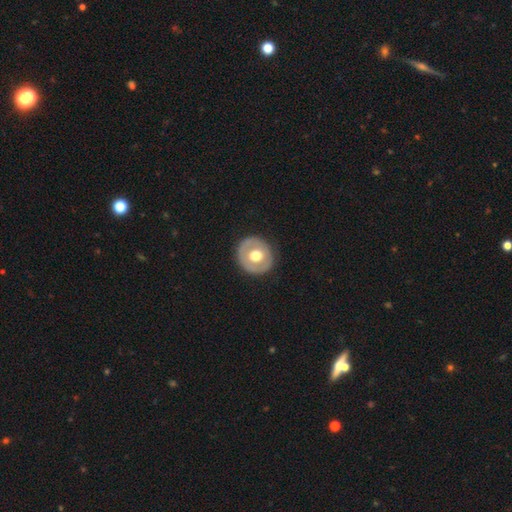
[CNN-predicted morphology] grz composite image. It shows a smooth galaxy with no disk features (52%) that is round (89%). Merging: none (88%).